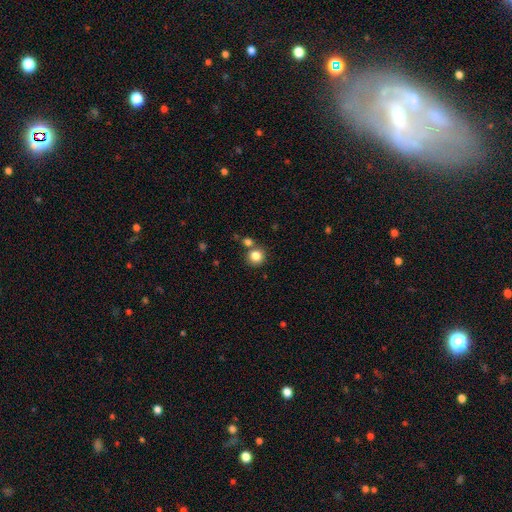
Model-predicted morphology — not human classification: Smooth or featured? smooth (84%)
How rounded? round (91%)
Merging? none (71%)